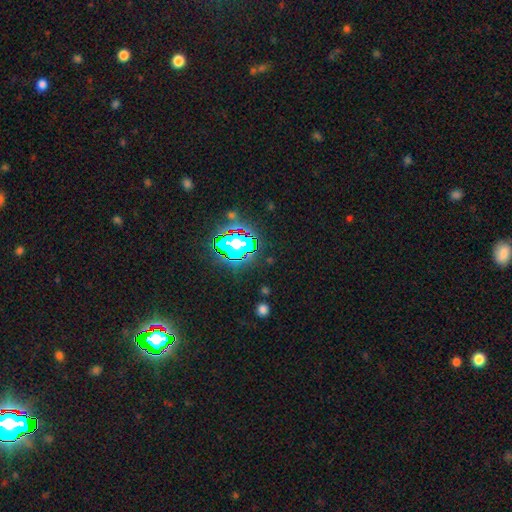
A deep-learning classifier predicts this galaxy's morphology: This is clearly a star or artifact rather than a galaxy (81%).